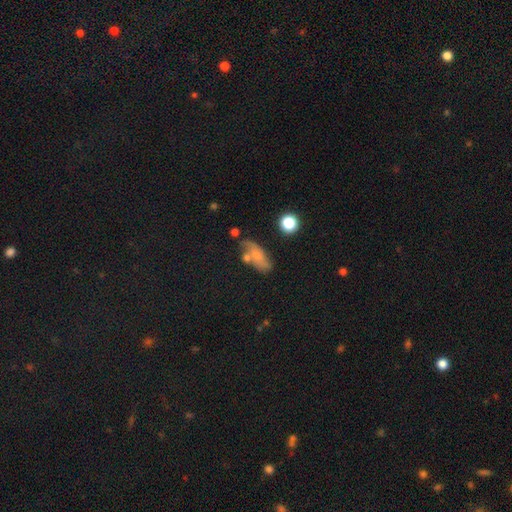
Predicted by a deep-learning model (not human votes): Smooth or featured? smooth (49%)
Merging? none (51%)